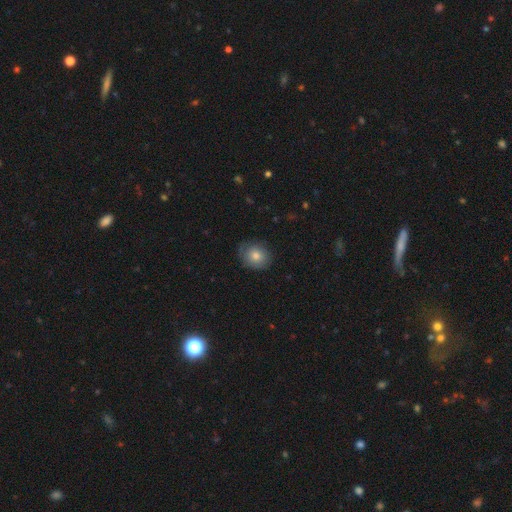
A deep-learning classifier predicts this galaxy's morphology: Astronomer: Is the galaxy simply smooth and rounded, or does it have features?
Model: smooth — 77%.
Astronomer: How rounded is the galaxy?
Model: round — 64%.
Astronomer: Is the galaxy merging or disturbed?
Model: none — 78%.